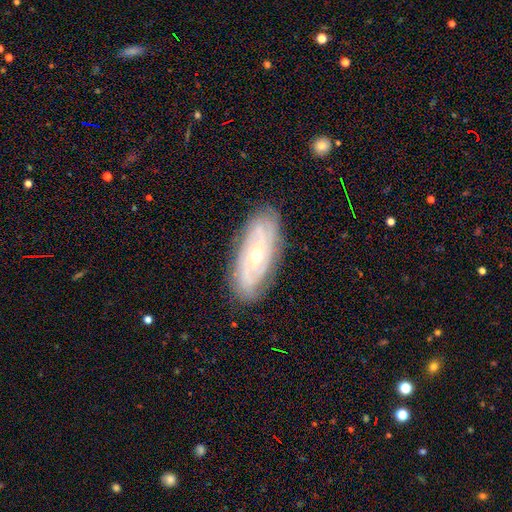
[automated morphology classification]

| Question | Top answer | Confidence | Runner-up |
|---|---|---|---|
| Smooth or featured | featured or disk | 80% | smooth (14%) |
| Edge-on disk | no | 89% | yes (11%) |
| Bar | no | 66% | weak (26%) |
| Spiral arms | yes | 89% | no (11%) |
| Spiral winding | tight | 71% | medium (22%) |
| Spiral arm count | can't tell | 42% | 2 (27%) |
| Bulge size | moderate | 56% | small (40%) |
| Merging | none | 83% | minor disturbance (13%) |